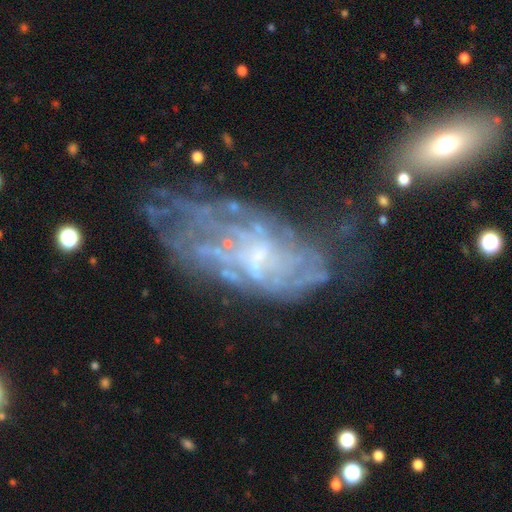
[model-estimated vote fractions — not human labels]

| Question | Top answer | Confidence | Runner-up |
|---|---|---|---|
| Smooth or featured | featured or disk | 70% | smooth (18%) |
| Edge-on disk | no | 94% | yes (6%) |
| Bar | no | 71% | weak (23%) |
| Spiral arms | yes | 54% | no (46%) |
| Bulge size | small | 42% | none (40%) |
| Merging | none | 36% | major disturbance (29%) |